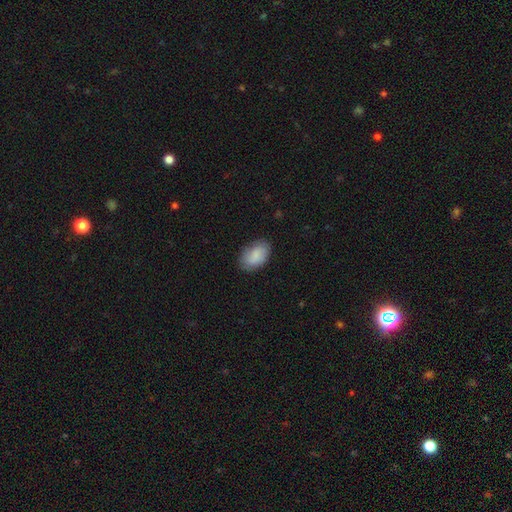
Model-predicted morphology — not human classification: Q: Smooth or featured?
A: smooth (87%); runner-up: featured or disk (7%)
Q: How rounded?
A: in between (92%); runner-up: round (7%)
Q: Merging?
A: none (80%); runner-up: minor disturbance (16%)